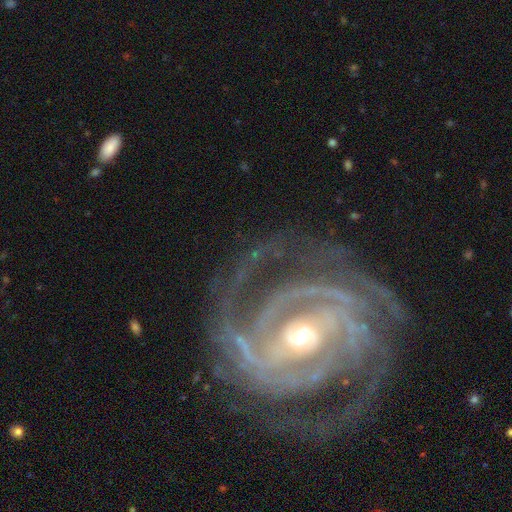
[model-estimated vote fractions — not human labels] Q: Smooth or featured?
A: featured or disk (92%); runner-up: star or artifact (5%)
Q: Edge-on disk?
A: no (97%); runner-up: yes (3%)
Q: Bar?
A: no (40%); runner-up: strong (31%)
Q: Spiral arms?
A: yes (98%); runner-up: no (2%)
Q: Spiral winding?
A: tight (71%); runner-up: medium (25%)
Q: Spiral arm count?
A: 2 (27%); runner-up: 3 (23%)
Q: Bulge size?
A: small (62%); runner-up: moderate (33%)
Q: Merging?
A: none (73%); runner-up: minor disturbance (16%)